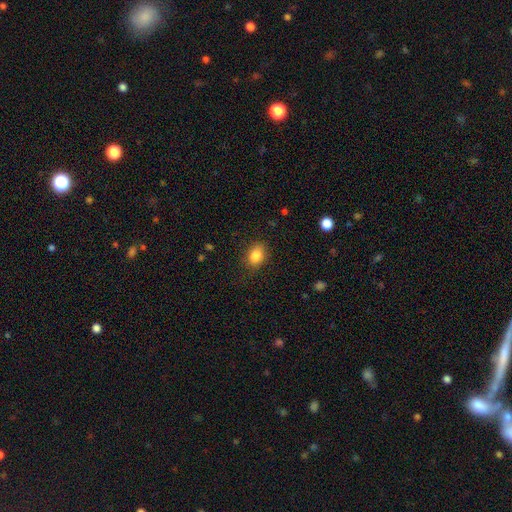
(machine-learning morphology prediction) The model was most divided on "how rounded": in between: 75%, round: 24%, cigar-shaped: 1%. More confident: smooth or featured — smooth (84%); merging — none (83%).